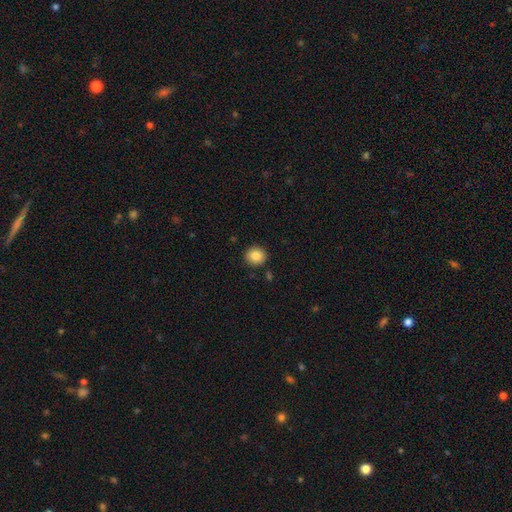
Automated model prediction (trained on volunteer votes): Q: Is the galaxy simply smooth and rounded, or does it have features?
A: smooth — 85%.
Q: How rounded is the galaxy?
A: round — 89%.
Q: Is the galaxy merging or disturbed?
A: none — 90%.